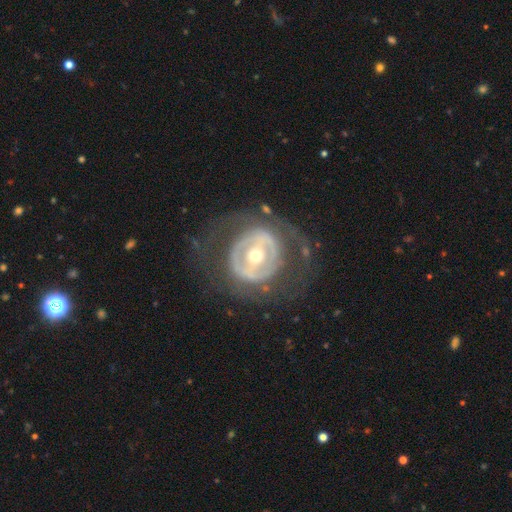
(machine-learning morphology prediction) smooth_or_featured: featured or disk (p=0.77) [alt: smooth p=0.17]
disk_edge_on: no (p=0.95) [alt: yes p=0.05]
bar: strong (p=0.44) [alt: weak p=0.29]
has_spiral_arms: no (p=0.65) [alt: yes p=0.35]
bulge_size: moderate (p=0.57) [alt: small p=0.38]
merging: none (p=0.67) [alt: major disturbance p=0.17]